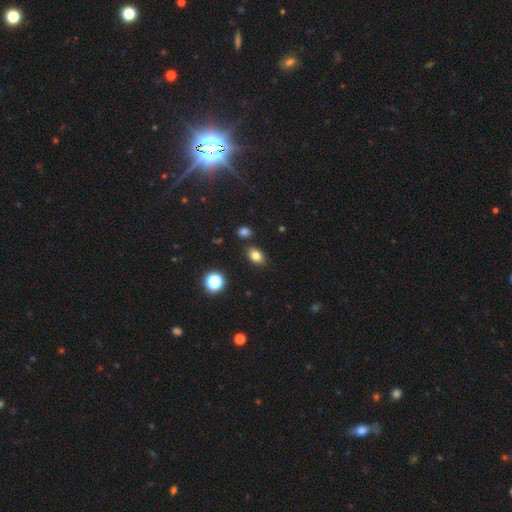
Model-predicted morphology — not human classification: This appears to be a smooth galaxy with no disk features (80%) that is in between round and cigar-shaped (77%). Merging: none (84%).